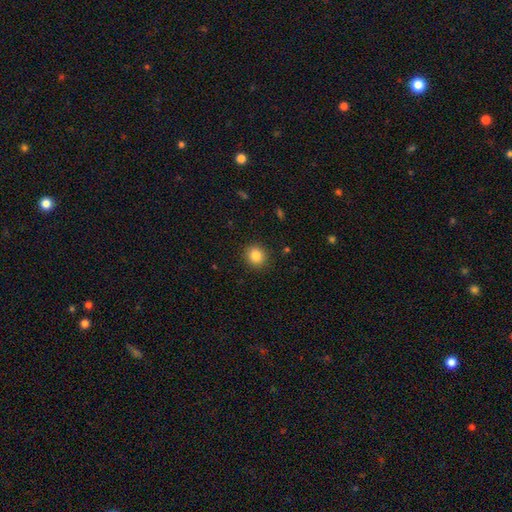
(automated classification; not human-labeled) Smooth or featured? Predicted: smooth (p=0.85). How rounded? Predicted: round (p=0.84). Merging? Predicted: none (p=0.90).